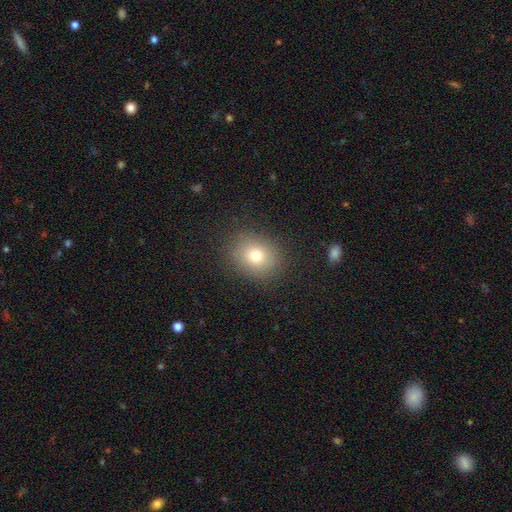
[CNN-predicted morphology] A smooth galaxy with no disk features (75%) that is round (62%).

Vote fractions:
- Smooth or featured? smooth: 75% / star or artifact: 14% / featured or disk: 12%
- How rounded? round: 62% / in between: 37% / cigar-shaped: 1%
- Merging? none: 86% / minor disturbance: 9% / major disturbance: 4% / merger: 1%